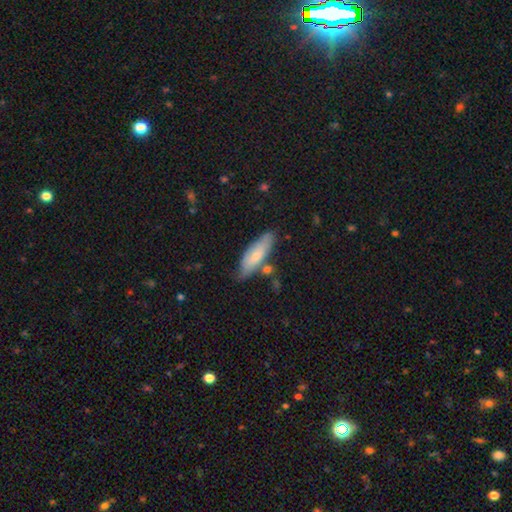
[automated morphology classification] A smooth galaxy with no disk features (68%) that is in between round and cigar-shaped (54%). Merging: none (68%).